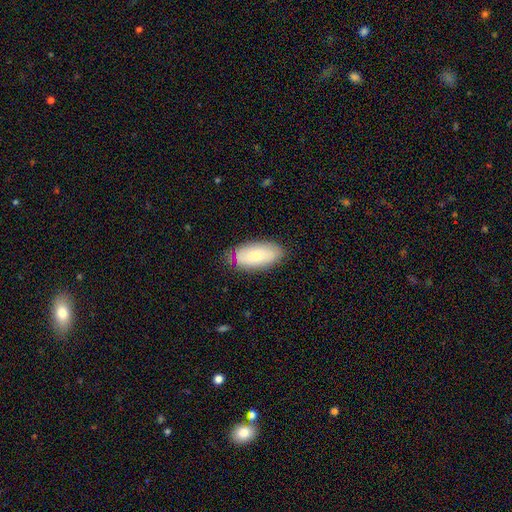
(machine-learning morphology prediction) The model was most divided on "smooth or featured": smooth: 73%, featured or disk: 21%, star or artifact: 6%. More confident: how rounded — in between (92%); merging — none (75%).